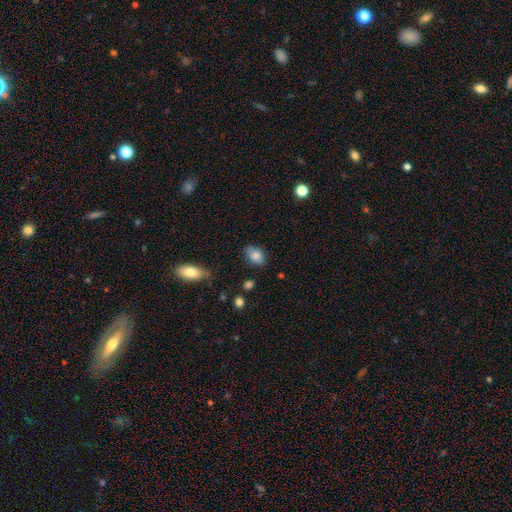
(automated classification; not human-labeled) The model was most divided on "merging": none: 67%, minor disturbance: 25%, major disturbance: 5%, merger: 2%. More confident: how rounded — in between (86%); smooth or featured — smooth (80%).